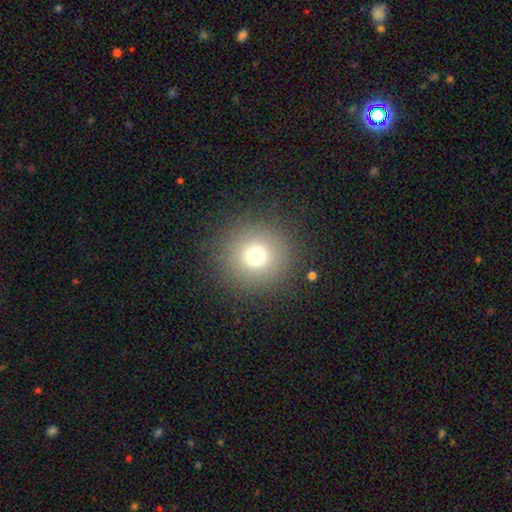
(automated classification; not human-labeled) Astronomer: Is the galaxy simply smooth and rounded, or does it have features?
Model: smooth — 73%.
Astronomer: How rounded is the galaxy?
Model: round — 95%.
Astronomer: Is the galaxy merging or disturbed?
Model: none — 89%.